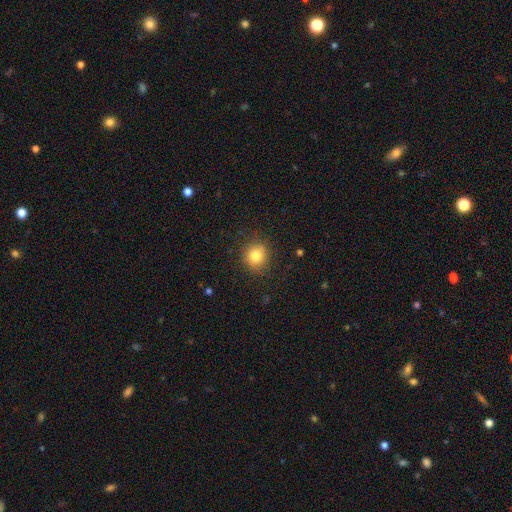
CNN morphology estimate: This is clearly a smooth galaxy (82%). How rounded: clearly round (88%). Merging: clearly none (88%).